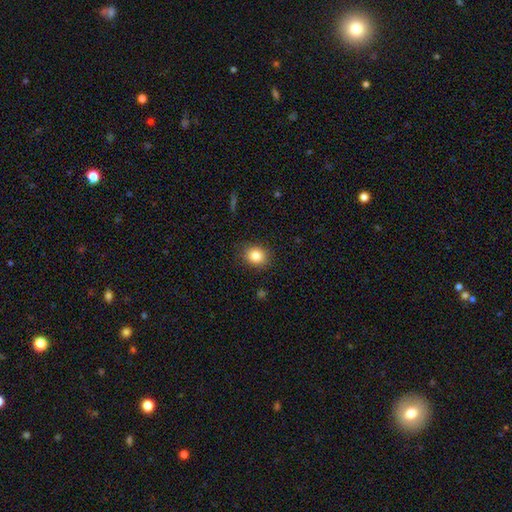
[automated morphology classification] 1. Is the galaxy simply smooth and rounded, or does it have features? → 84% smooth, 10% star or artifact, 6% featured or disk.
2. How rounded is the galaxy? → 65% round, 34% in between, 1% cigar-shaped.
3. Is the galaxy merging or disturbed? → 88% none, 9% minor disturbance, 3% major disturbance, 1% merger.